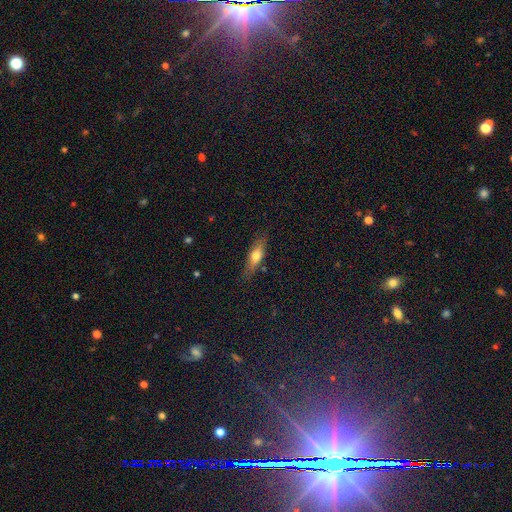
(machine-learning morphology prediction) A smooth galaxy with no disk features (58%) that is cigar-shaped (51%).

Vote fractions:
- Smooth or featured? smooth: 58% / featured or disk: 34% / star or artifact: 7%
- How rounded? cigar-shaped: 51% / in between: 46% / round: 3%
- Merging? none: 79% / minor disturbance: 16% / major disturbance: 3% / merger: 2%